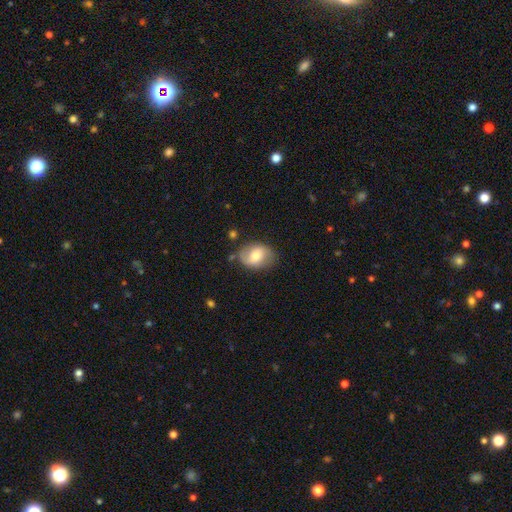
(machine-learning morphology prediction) This is possibly a smooth galaxy (51%). How rounded: likely in between (65%). Merging: likely none (70%).